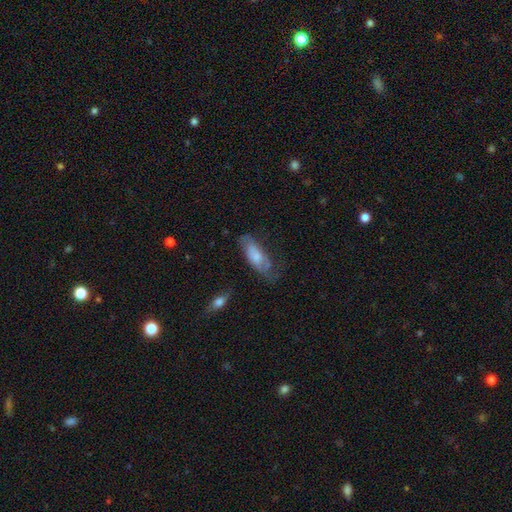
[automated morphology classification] This appears to be a smooth galaxy with no disk features (59%) that is in between round and cigar-shaped (74%). Merging: none (45%).